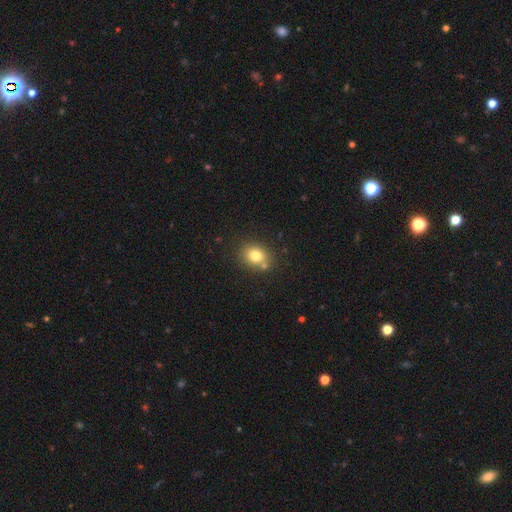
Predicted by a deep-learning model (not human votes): Smooth or featured?
  - smooth: 77% *
  - star or artifact: 12%
  - featured or disk: 11%
How rounded?
  - round: 58% *
  - in between: 41%
  - cigar-shaped: 1%
Merging?
  - none: 72% *
  - merger: 12%
  - minor disturbance: 12%
  - major disturbance: 3%